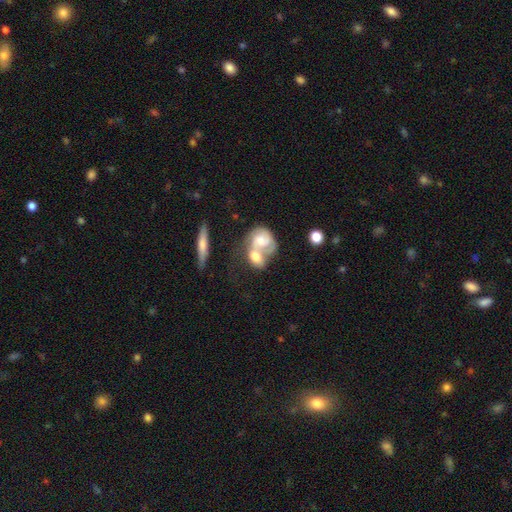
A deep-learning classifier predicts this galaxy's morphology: This appears to be a featured or disk galaxy (45%). Merging: merger (52%).